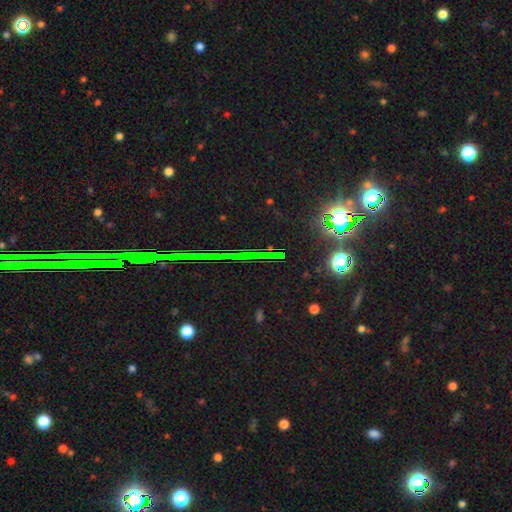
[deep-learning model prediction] A star or artifact, not a galaxy (83%).